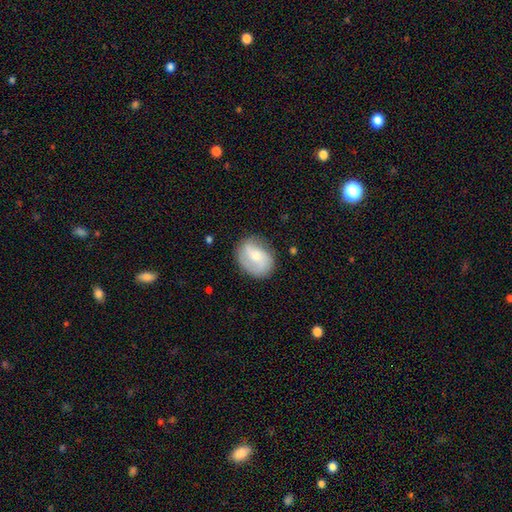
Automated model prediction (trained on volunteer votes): Smooth or featured? Predicted: featured or disk (p=0.57). Edge-on disk? Predicted: no (p=0.97). Bar? Predicted: no (p=0.45). Spiral arms? Predicted: yes (p=0.82). Bulge size? Predicted: moderate (p=0.50). Merging? Predicted: none (p=0.73).